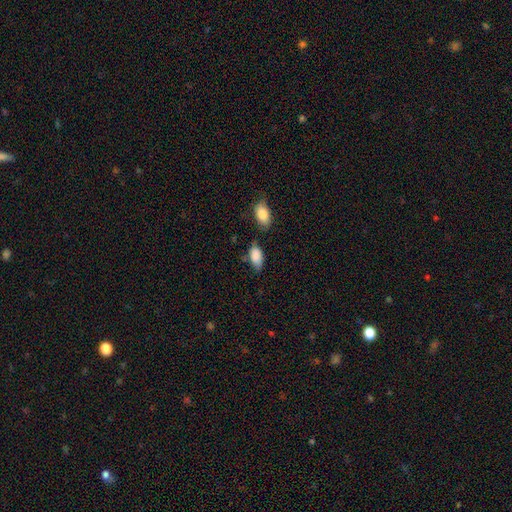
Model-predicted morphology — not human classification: Smooth or featured?
  - smooth: 86% *
  - star or artifact: 7%
  - featured or disk: 7%
How rounded?
  - in between: 92% *
  - round: 4%
  - cigar-shaped: 3%
Merging?
  - none: 54% *
  - minor disturbance: 29%
  - merger: 10%
  - major disturbance: 7%